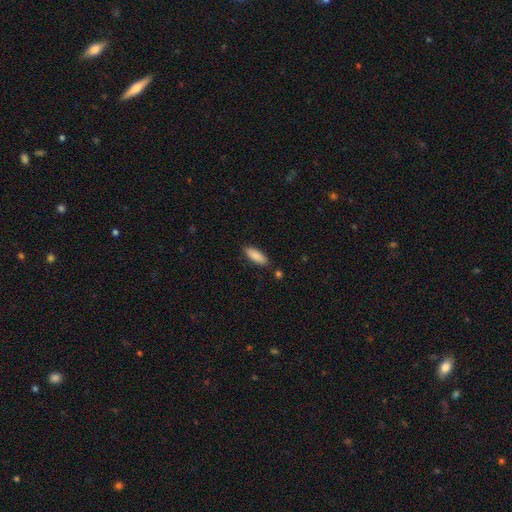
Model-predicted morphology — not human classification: Smooth or featured? Predicted: smooth (p=0.88). How rounded? Predicted: in between (p=0.67). Merging? Predicted: none (p=0.85).